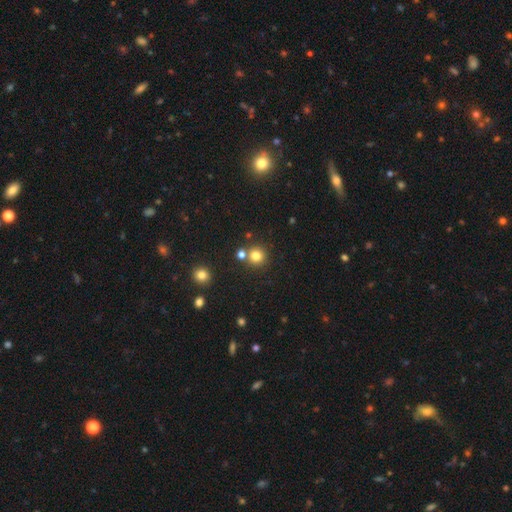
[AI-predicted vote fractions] A smooth galaxy with no disk features (79%) that is round (93%). Merging: none (76%).